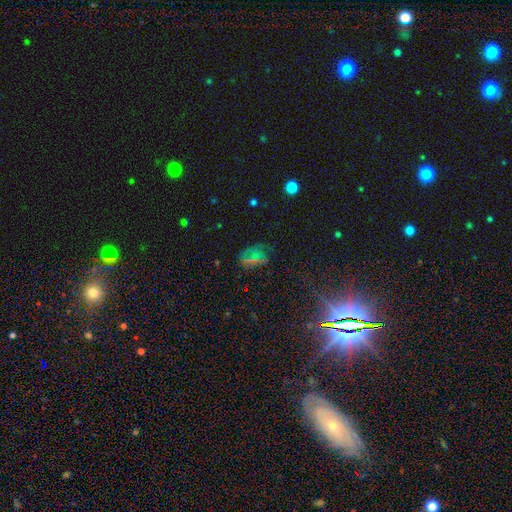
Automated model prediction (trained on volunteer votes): Smooth or featured? star or artifact (45%)